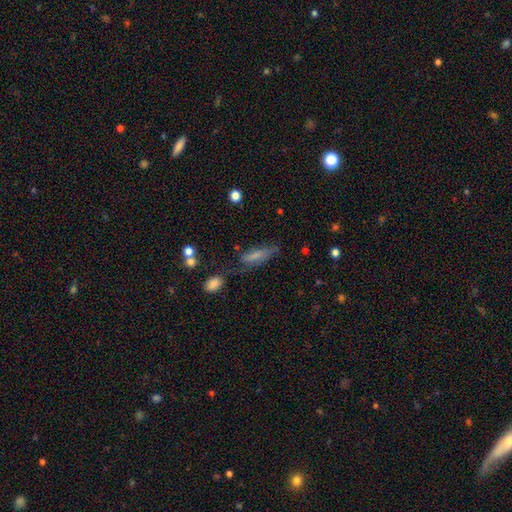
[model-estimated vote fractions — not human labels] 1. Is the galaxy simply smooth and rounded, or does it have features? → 64% smooth, 26% featured or disk, 10% star or artifact.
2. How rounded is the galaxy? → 56% cigar-shaped, 41% in between, 3% round.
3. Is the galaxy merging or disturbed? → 50% none, 29% minor disturbance, 15% major disturbance, 6% merger.